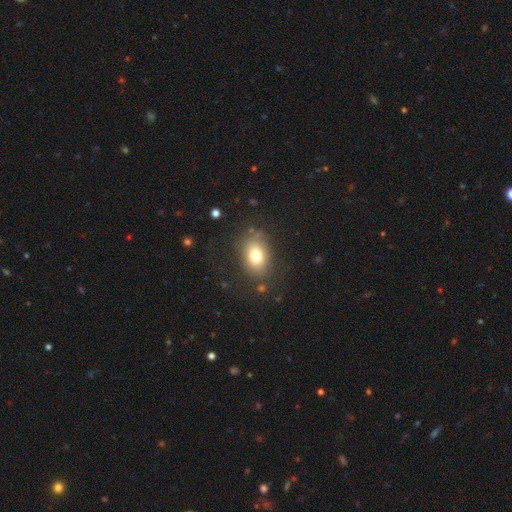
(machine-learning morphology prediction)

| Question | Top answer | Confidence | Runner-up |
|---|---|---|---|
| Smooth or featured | smooth | 76% | featured or disk (13%) |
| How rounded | in between | 73% | round (25%) |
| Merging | none | 79% | minor disturbance (13%) |